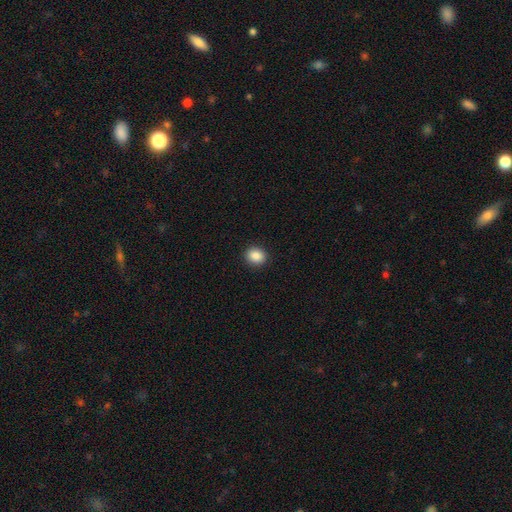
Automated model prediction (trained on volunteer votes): This is clearly a smooth galaxy (88%). How rounded: likely round (70%). Merging: clearly none (91%).